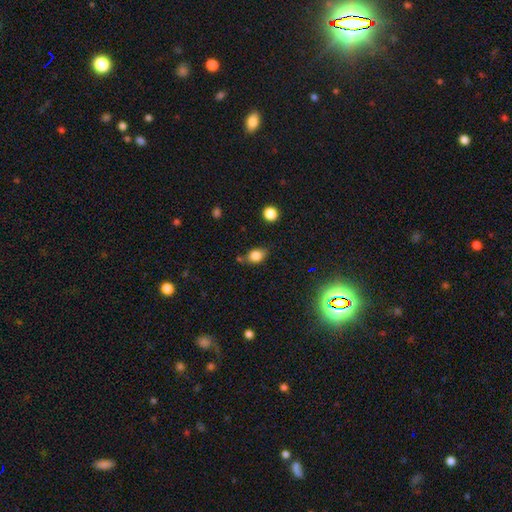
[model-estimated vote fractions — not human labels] This is clearly a smooth galaxy (81%). How rounded: likely in between (68%). Merging: likely none (67%).